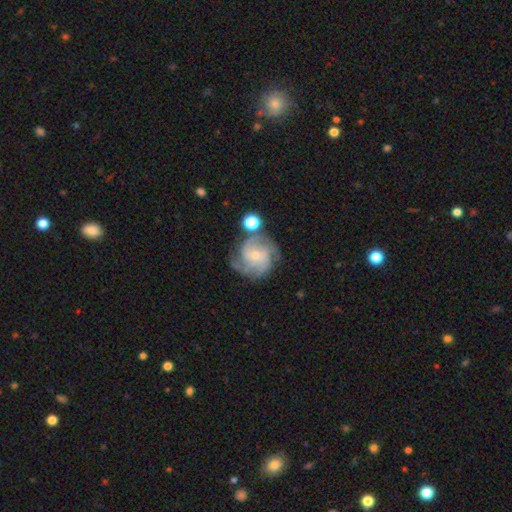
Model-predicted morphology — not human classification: smooth_or_featured: featured or disk (p=0.80) [alt: smooth p=0.13]
disk_edge_on: no (p=0.98) [alt: yes p=0.02]
bar: no (p=0.68) [alt: weak p=0.28]
has_spiral_arms: yes (p=0.95) [alt: no p=0.05]
spiral_winding: tight (p=0.48) [alt: medium p=0.41]
spiral_arm_count: 3 (p=0.32) [alt: 4 p=0.25]
bulge_size: small (p=0.67) [alt: moderate p=0.27]
merging: none (p=0.65) [alt: minor disturbance p=0.18]